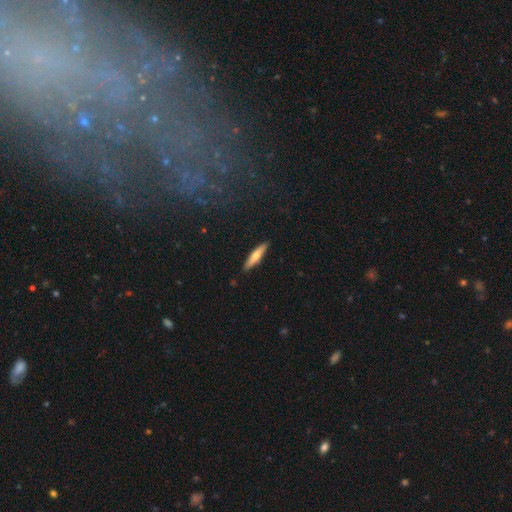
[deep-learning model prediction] Smooth or featured? smooth (58%)
How rounded? cigar-shaped (85%)
Merging? none (90%)